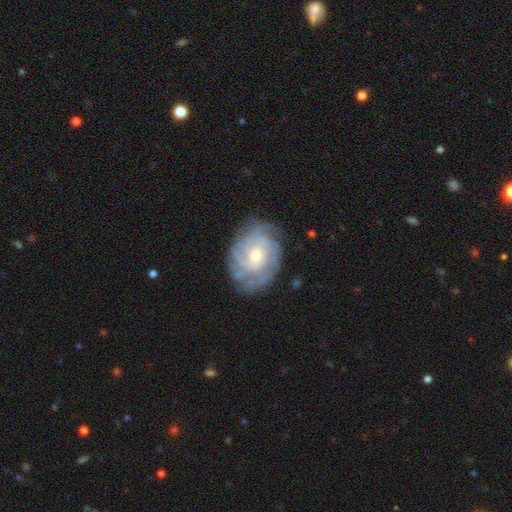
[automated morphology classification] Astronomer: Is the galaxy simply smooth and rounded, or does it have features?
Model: featured or disk — 81%.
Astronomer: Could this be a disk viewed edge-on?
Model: no — 97%.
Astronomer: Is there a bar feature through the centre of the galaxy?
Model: no — 73%.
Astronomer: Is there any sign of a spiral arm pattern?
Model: yes — 94%.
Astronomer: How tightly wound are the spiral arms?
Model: tight — 72%.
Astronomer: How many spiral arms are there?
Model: can't tell — 41% (runner-up: 3, 18%).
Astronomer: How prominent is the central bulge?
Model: moderate — 48%, tied with small at 48%.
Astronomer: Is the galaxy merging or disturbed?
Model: none — 76%.